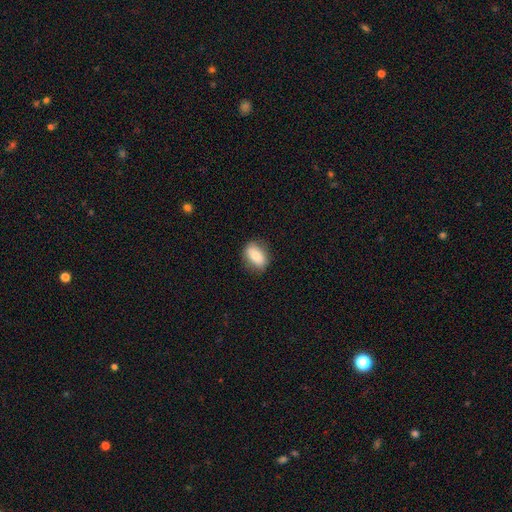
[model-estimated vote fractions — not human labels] Morphology: type=smooth (77%); roundness=in between (85%); merging=none (79%).